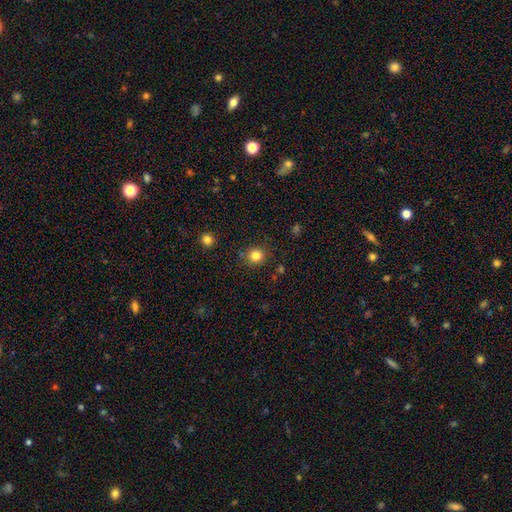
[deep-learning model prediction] The model was most divided on "smooth or featured": smooth: 82%, star or artifact: 13%, featured or disk: 5%. More confident: how rounded — round (90%); merging — none (86%).